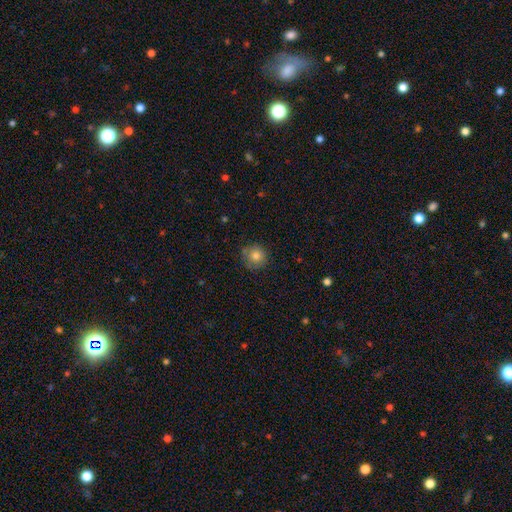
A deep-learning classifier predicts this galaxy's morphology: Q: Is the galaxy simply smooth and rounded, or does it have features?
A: smooth — 79%.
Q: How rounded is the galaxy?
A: round — 90%.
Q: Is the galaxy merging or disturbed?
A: none — 78%.